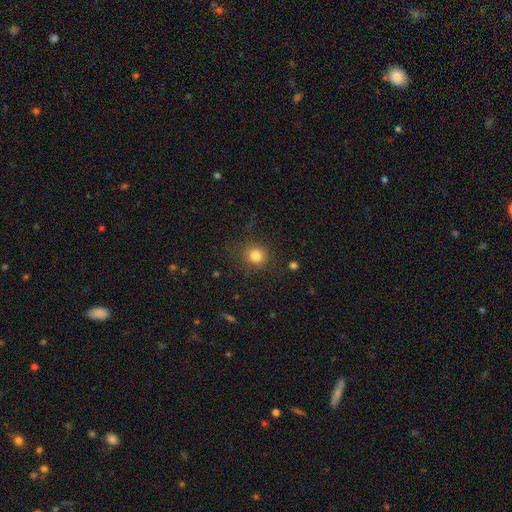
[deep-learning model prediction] This appears to be a smooth galaxy with no disk features (82%) that is round (88%). Merging: none (85%).